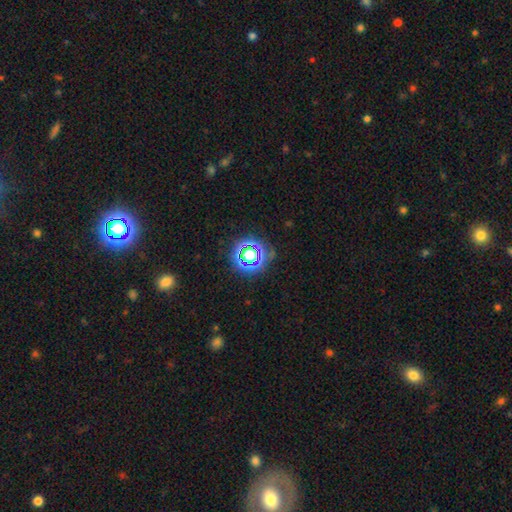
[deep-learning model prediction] Smooth or featured? star or artifact (75%)